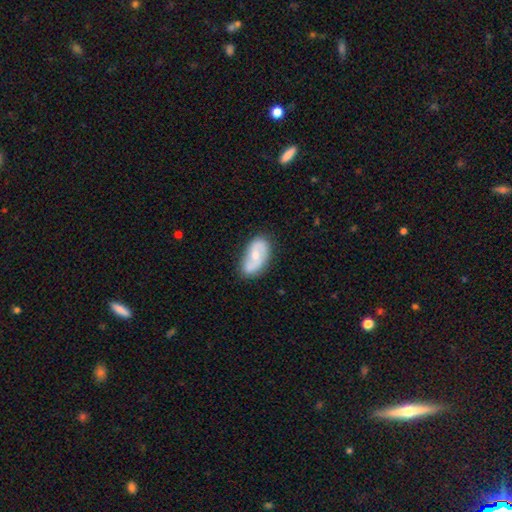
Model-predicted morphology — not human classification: The model was most divided on "smooth or featured": featured or disk: 56%, smooth: 38%, star or artifact: 6%. More confident: edge-on disk — no (94%); spiral arms — yes (73%); merging — none (70%); bar — no (61%); bulge size — moderate (60%).